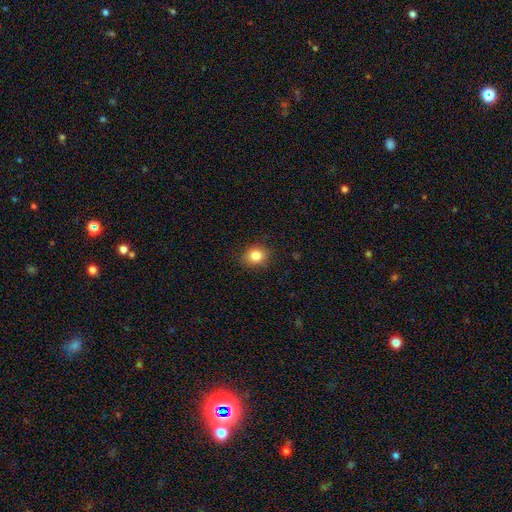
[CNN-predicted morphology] Overall: smooth (83%). How rounded: round (59%; in between 40%). Merging: none (88%).